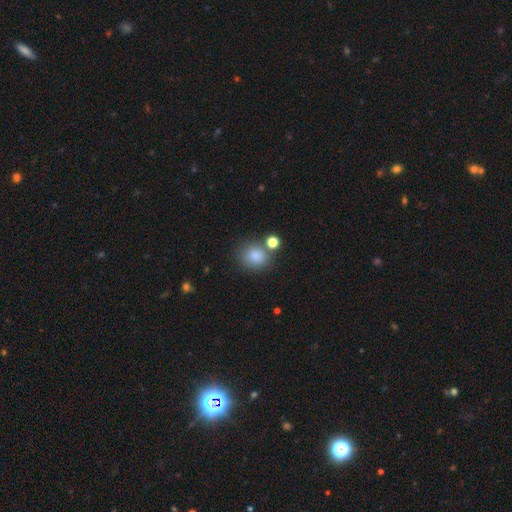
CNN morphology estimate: Smooth or featured? Predicted: smooth (p=0.84). How rounded? Predicted: round (p=0.72). Merging? Predicted: none (p=0.67).